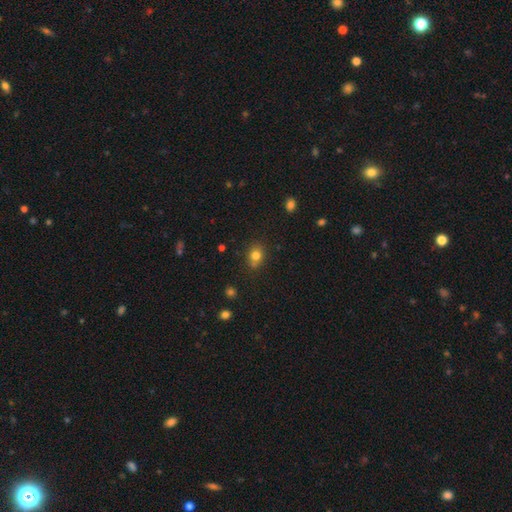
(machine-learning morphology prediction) Smooth or featured? smooth (78%)
How rounded? round (63%)
Merging? none (70%)